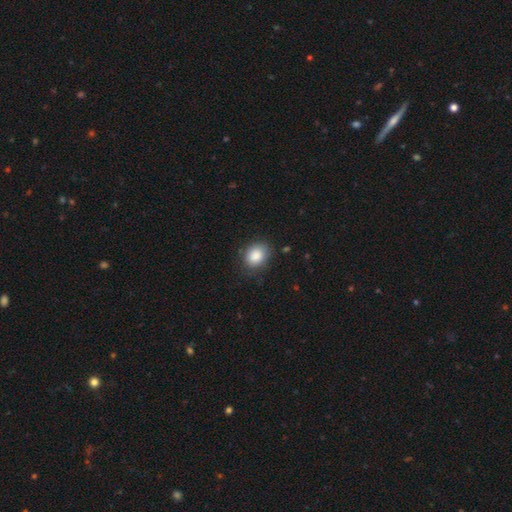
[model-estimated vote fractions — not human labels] Smooth or featured? smooth (86%)
How rounded? in between (52%)
Merging? none (77%)